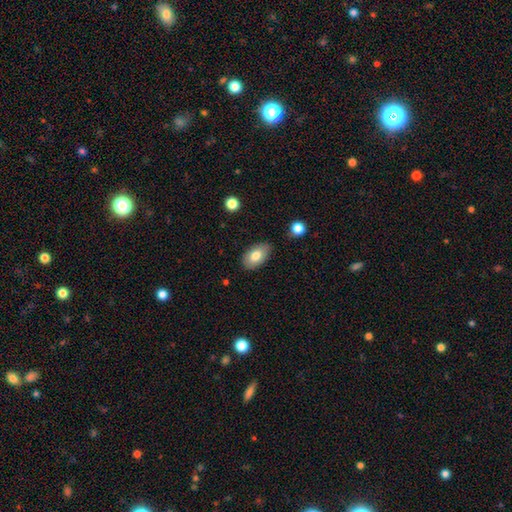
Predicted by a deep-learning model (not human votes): The model was most divided on "merging": none: 80%, minor disturbance: 15%, major disturbance: 3%, merger: 2%. More confident: how rounded — in between (92%); smooth or featured — smooth (79%).